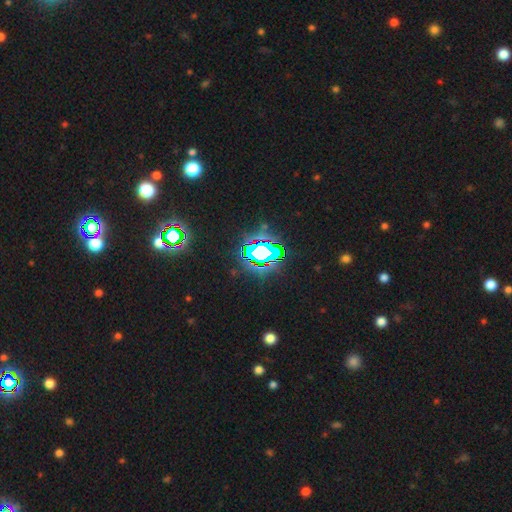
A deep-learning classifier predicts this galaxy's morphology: smooth-or-featured: star or artifact: 83% | smooth: 10% | featured or disk: 7%